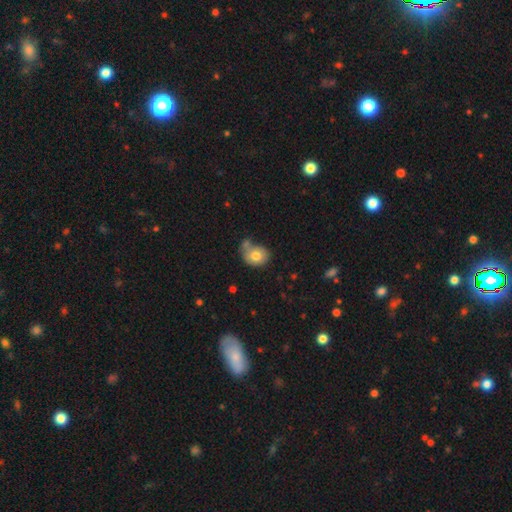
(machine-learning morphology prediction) smooth-or-featured: smooth: 76% | featured or disk: 15% | star or artifact: 8%
  how-rounded: round: 61% | in between: 39% | cigar-shaped: 1%
  merging: none: 43% | merger: 25% | minor disturbance: 23% | major disturbance: 9%